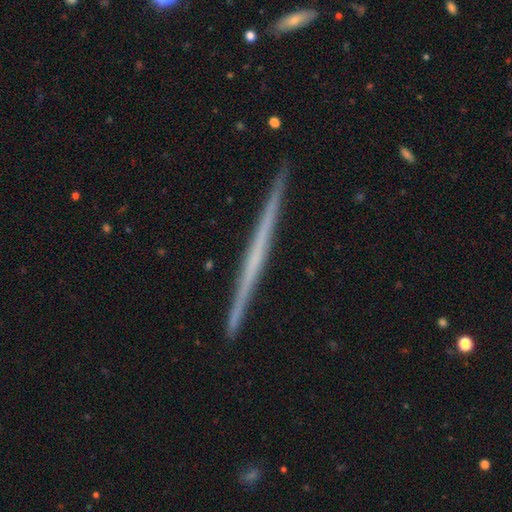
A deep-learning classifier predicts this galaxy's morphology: This is likely a featured or disk galaxy (66%). It is clearly viewed edge-on (98%). Edge-on bulge: clearly none (91%). Merging: clearly none (92%).